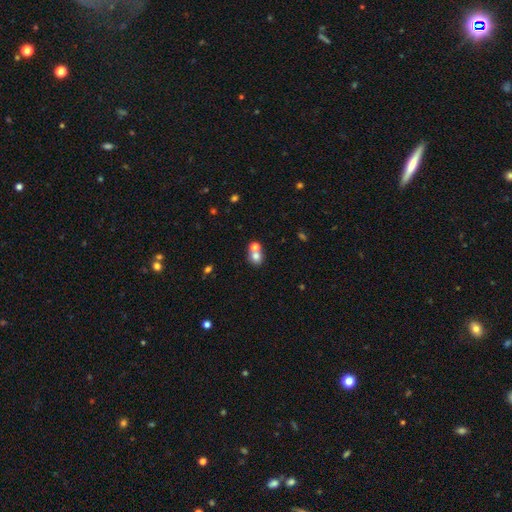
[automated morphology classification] This appears to be a smooth galaxy with no disk features (73%) that is round (73%). Merging: merger (52%).